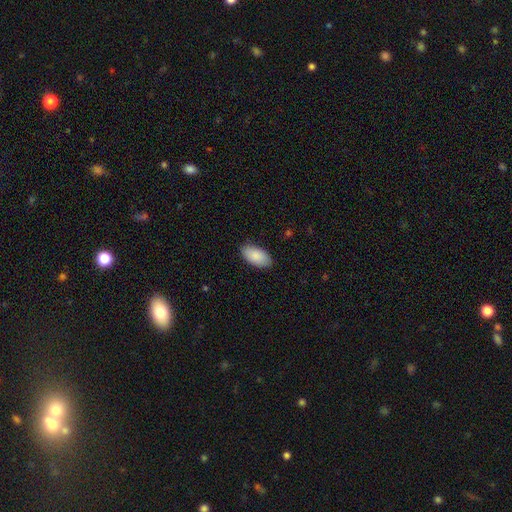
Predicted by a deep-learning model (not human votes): Smooth or featured? smooth (89%)
How rounded? in between (95%)
Merging? none (86%)